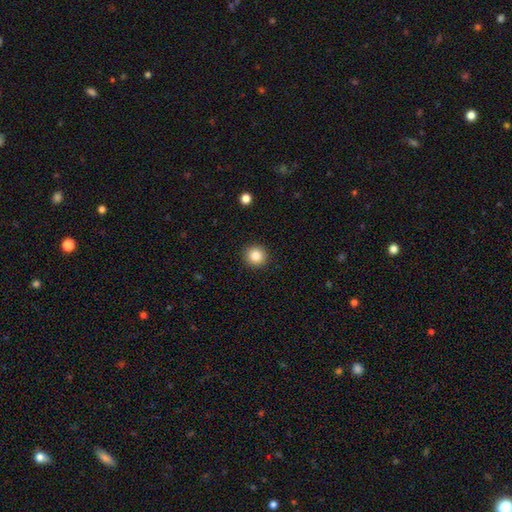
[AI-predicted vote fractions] A smooth galaxy with no disk features (85%) that is round (93%).

Vote fractions:
- Smooth or featured? smooth: 85% / star or artifact: 10% / featured or disk: 5%
- How rounded? round: 93% / in between: 6% / cigar-shaped: 1%
- Merging? none: 92% / minor disturbance: 5% / major disturbance: 2% / merger: 1%